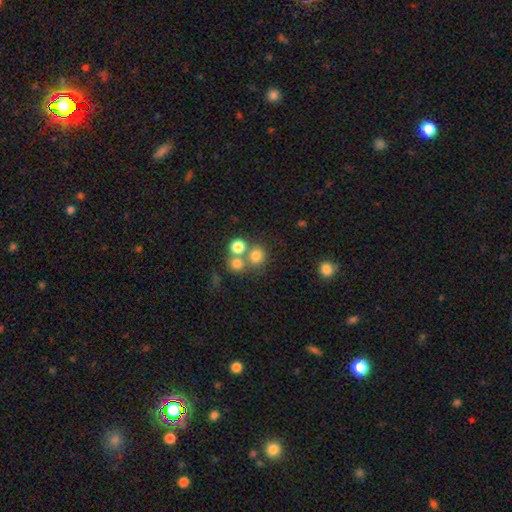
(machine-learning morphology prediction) The model was most divided on "merging": none: 58%, merger: 30%, minor disturbance: 8%, major disturbance: 4%. More confident: how rounded — round (87%); smooth or featured — smooth (74%).